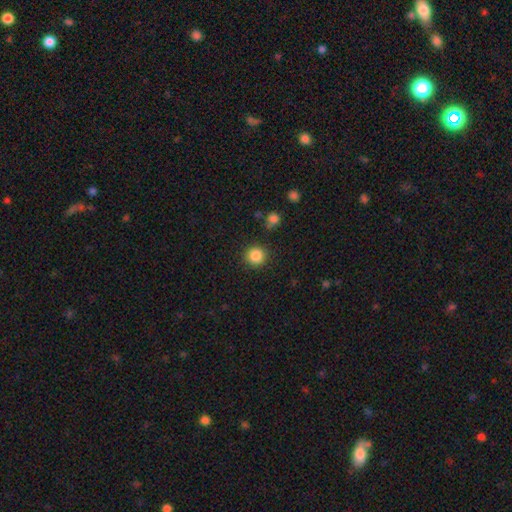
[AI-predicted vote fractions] Smooth or featured?
  - smooth: 86% *
  - star or artifact: 11%
  - featured or disk: 4%
How rounded?
  - round: 94% *
  - in between: 5%
  - cigar-shaped: 1%
Merging?
  - none: 89% *
  - minor disturbance: 6%
  - major disturbance: 3%
  - merger: 2%